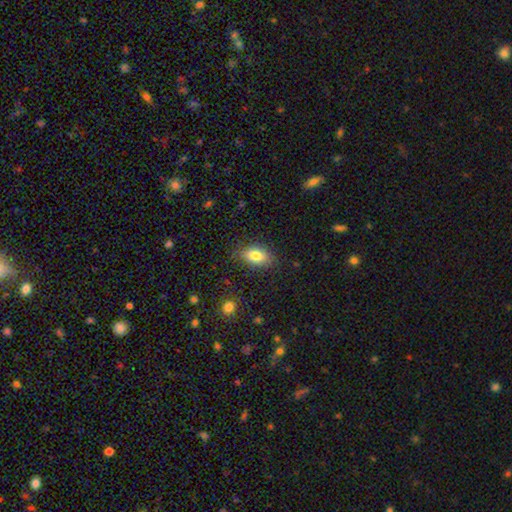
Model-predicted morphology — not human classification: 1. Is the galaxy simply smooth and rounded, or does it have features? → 80% smooth, 11% featured or disk, 8% star or artifact.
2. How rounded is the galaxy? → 88% in between, 8% round, 4% cigar-shaped.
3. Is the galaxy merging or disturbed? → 80% none, 15% minor disturbance, 3% major disturbance, 1% merger.